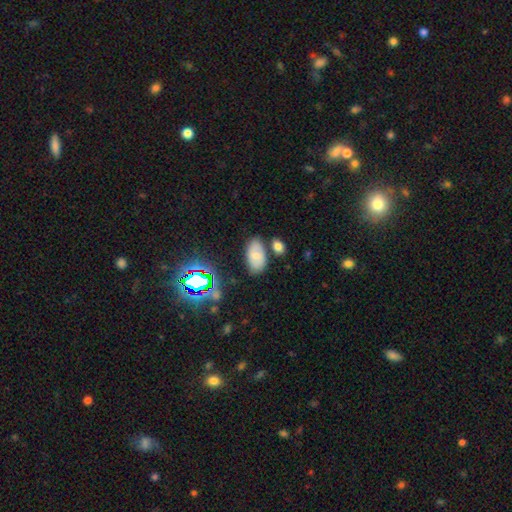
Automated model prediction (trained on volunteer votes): smooth 65%, featured or disk 21%, star or artifact 14%. Down the decision tree: how rounded — in between (93%); merging — none (70%).